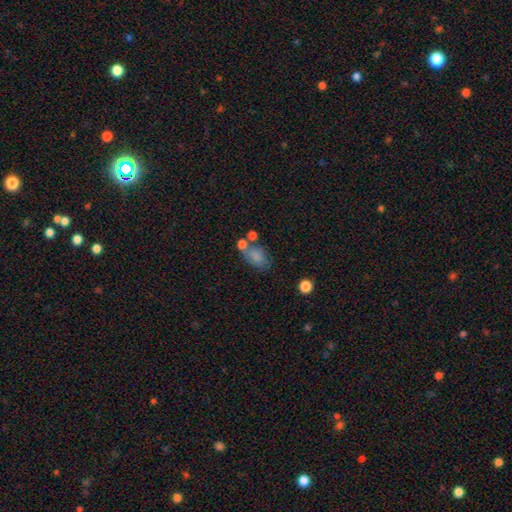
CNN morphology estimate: Smooth or featured: smooth — 76% (featured or disk — 14%)
How rounded: in between — 83% (round — 15%)
Merging: none — 43% (merger — 27%)